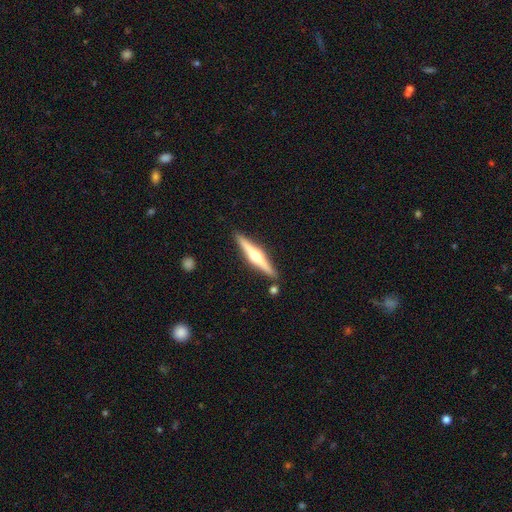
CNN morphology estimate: This is likely a featured or disk galaxy (74%). It is clearly viewed edge-on (98%). Edge-on bulge: clearly rounded (94%). Merging: clearly none (88%).